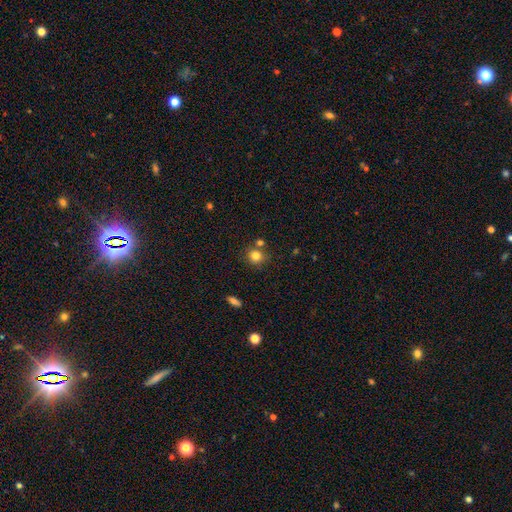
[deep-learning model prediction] Smooth or featured: smooth — 81% (star or artifact — 12%)
How rounded: round — 87% (in between — 12%)
Merging: none — 70% (merger — 16%)